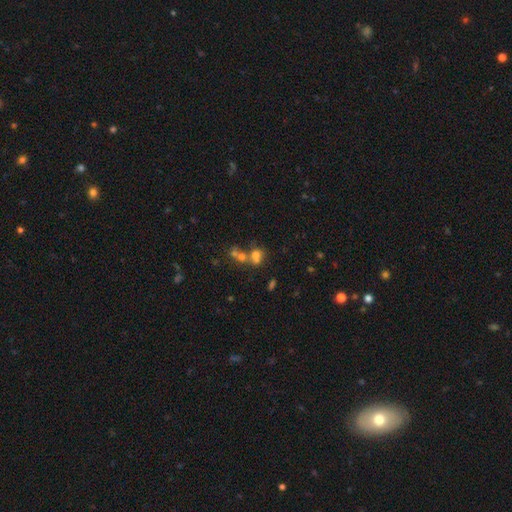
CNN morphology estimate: A smooth galaxy with no disk features (63%) that is round (56%). Merging: merger (54%).